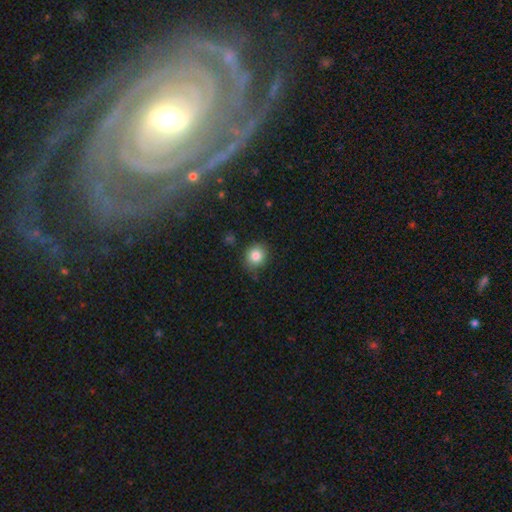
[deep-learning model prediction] Smooth or featured? Predicted: smooth (p=0.83). How rounded? Predicted: round (p=0.83). Merging? Predicted: none (p=0.79).